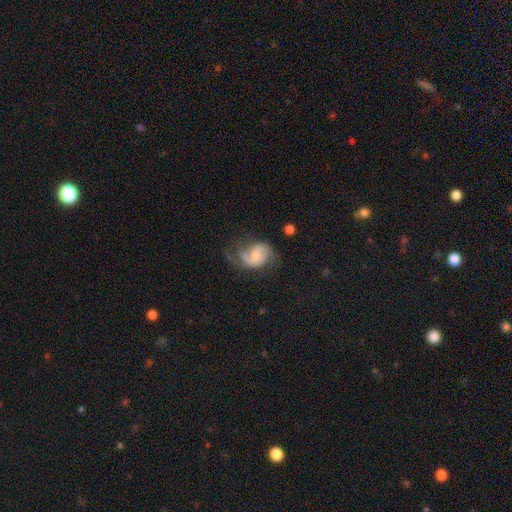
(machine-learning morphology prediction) This is likely a featured or disk galaxy (76%). It is clearly not viewed edge-on (97%). Bar: possibly no (56%). Spiral arm pattern: clearly yes (92%). Spiral arm count: likely 2 (79%). Spiral winding: possibly medium (46%). Central bulge: possibly moderate (57%). Merging: possibly none (55%).